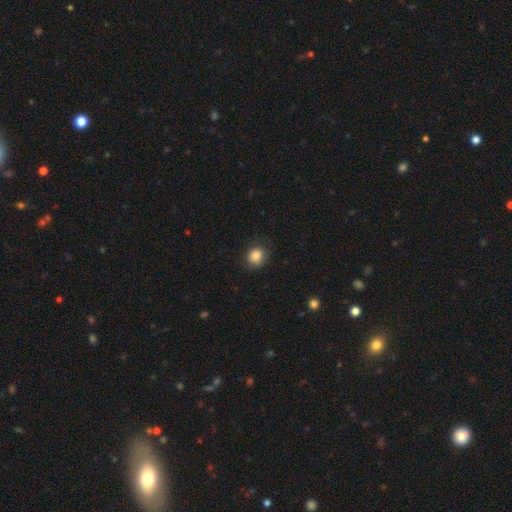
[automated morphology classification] smooth-or-featured: smooth: 85% | star or artifact: 10% | featured or disk: 5%
  how-rounded: round: 77% | in between: 22% | cigar-shaped: 1%
  merging: none: 82% | minor disturbance: 14% | major disturbance: 3% | merger: 1%